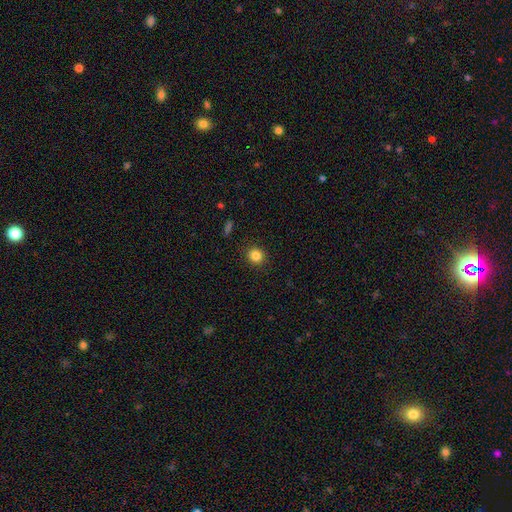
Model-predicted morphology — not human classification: Smooth or featured? Predicted: smooth (p=0.84). How rounded? Predicted: round (p=0.87). Merging? Predicted: none (p=0.91).